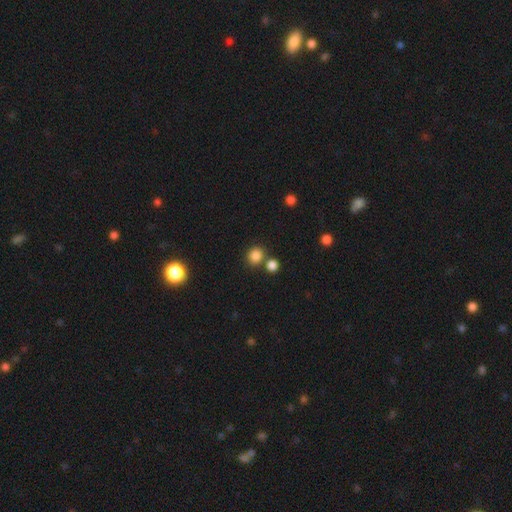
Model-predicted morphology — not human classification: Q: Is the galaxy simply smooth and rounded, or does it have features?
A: smooth — 83%.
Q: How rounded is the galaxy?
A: round — 80%.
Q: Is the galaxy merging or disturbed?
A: none — 67%.